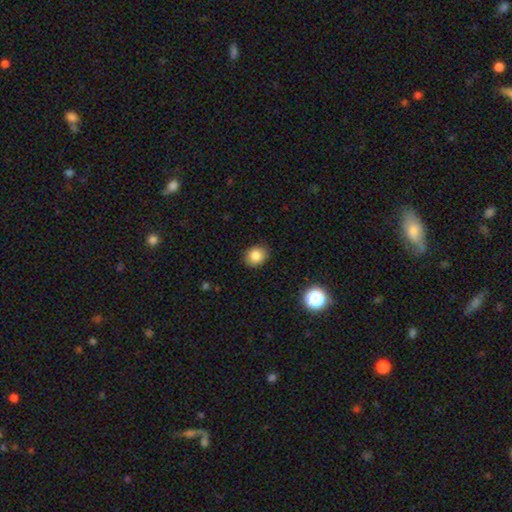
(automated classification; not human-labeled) A smooth galaxy with no disk features (84%) that is round (66%).

Vote fractions:
- Smooth or featured? smooth: 84% / star or artifact: 11% / featured or disk: 6%
- How rounded? round: 66% / in between: 33% / cigar-shaped: 1%
- Merging? none: 87% / minor disturbance: 10% / major disturbance: 2% / merger: 1%